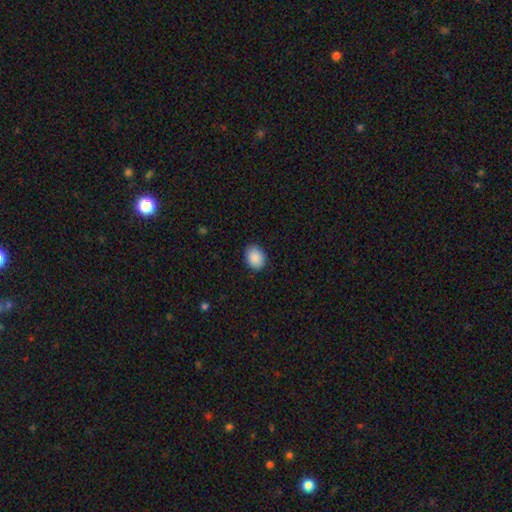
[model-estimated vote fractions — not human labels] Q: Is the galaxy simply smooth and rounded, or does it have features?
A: smooth — 90%.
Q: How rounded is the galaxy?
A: in between — 64%.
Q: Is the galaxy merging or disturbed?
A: none — 87%.